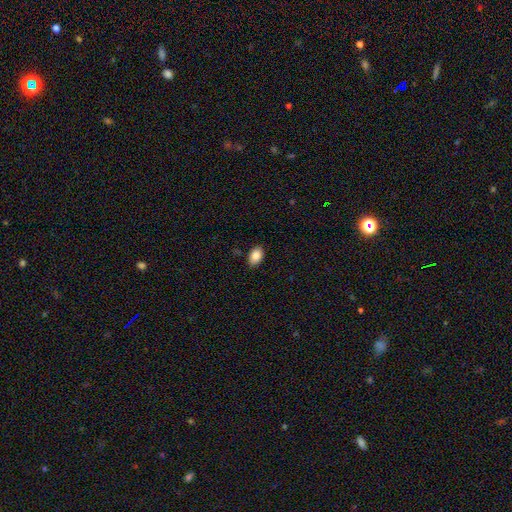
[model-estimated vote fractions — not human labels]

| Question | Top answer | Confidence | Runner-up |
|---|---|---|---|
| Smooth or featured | smooth | 86% | star or artifact (8%) |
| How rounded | in between | 89% | round (10%) |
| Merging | none | 87% | minor disturbance (9%) |